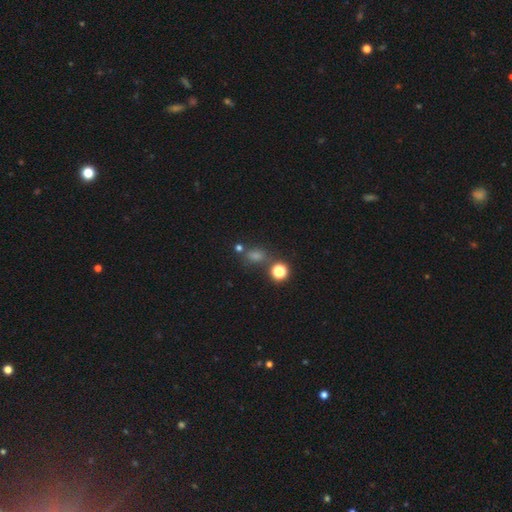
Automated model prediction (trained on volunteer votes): A smooth galaxy with no disk features (70%) that is in between round and cigar-shaped (59%).

Vote fractions:
- Smooth or featured? smooth: 70% / star or artifact: 23% / featured or disk: 7%
- How rounded? in between: 59% / round: 38% / cigar-shaped: 3%
- Merging? none: 63% / minor disturbance: 16% / merger: 14% / major disturbance: 7%